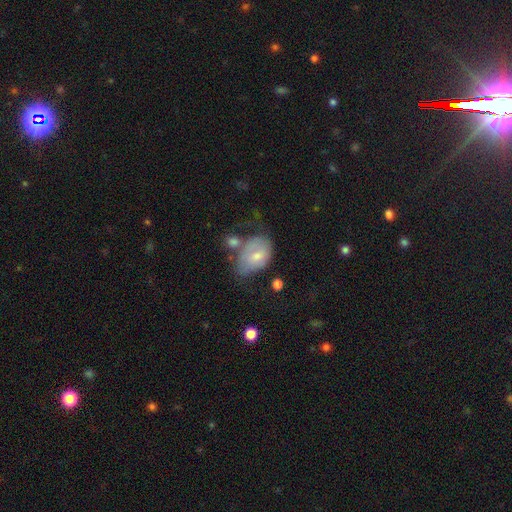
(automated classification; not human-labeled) Smooth or featured: smooth — 62% (featured or disk — 31%)
How rounded: in between — 78% (round — 21%)
Merging: none — 30% (tied with minor disturbance — 30%)